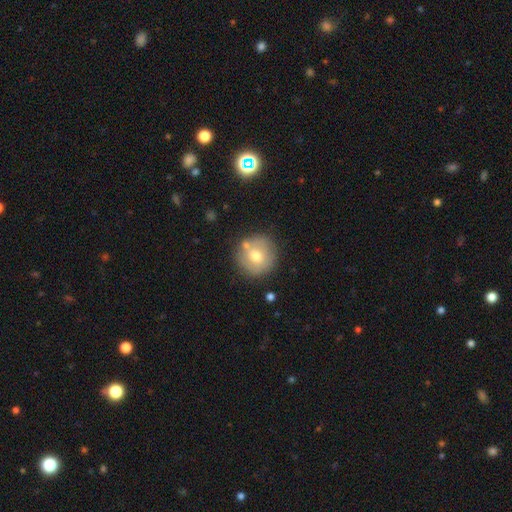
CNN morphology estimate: Smooth or featured?
  - smooth: 63% *
  - featured or disk: 28%
  - star or artifact: 9%
How rounded?
  - round: 92% *
  - in between: 7%
  - cigar-shaped: 1%
Merging?
  - none: 74% *
  - minor disturbance: 13%
  - merger: 9%
  - major disturbance: 4%